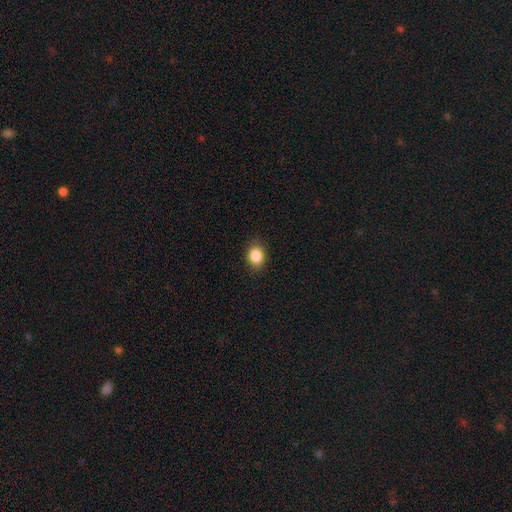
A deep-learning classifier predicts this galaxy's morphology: type=smooth (85%); roundness=in between (51%); merging=none (88%).